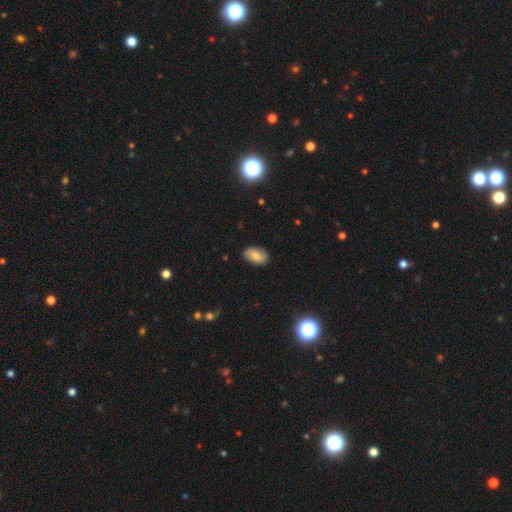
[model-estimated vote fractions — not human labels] Smooth or featured? Predicted: smooth (p=0.66). How rounded? Predicted: in between (p=0.91). Merging? Predicted: none (p=0.81).